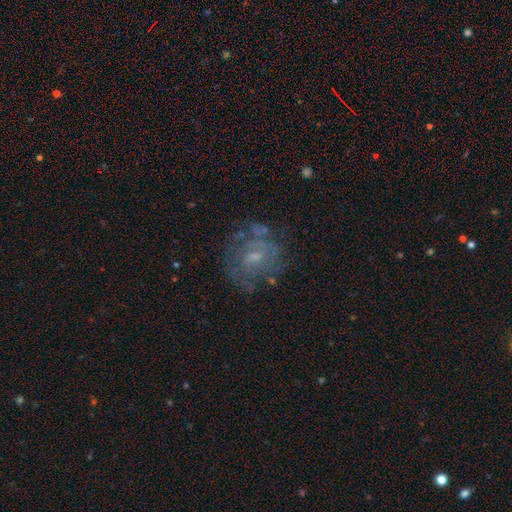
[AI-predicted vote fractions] Overall: featured or disk (64%). Edge-on disk: no (97%). Bar: no (54%; weak 40%). Spiral arms: yes (64%; no 36%). Bulge size: small (53%; moderate 32%). Merging: none (63%).